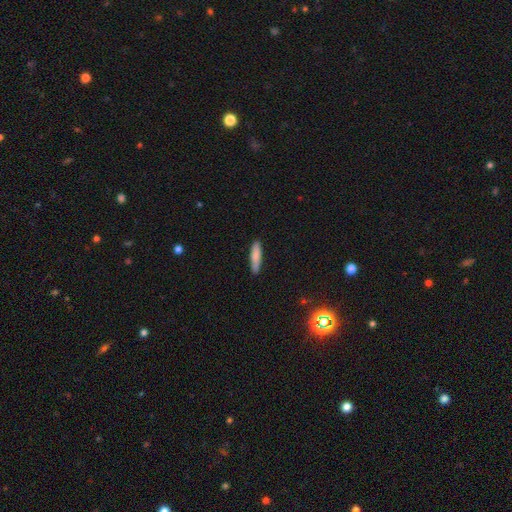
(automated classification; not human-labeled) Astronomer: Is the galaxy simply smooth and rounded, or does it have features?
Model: smooth — 83%.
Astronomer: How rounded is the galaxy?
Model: cigar-shaped — 80%.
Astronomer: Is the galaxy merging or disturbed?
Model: none — 87%.